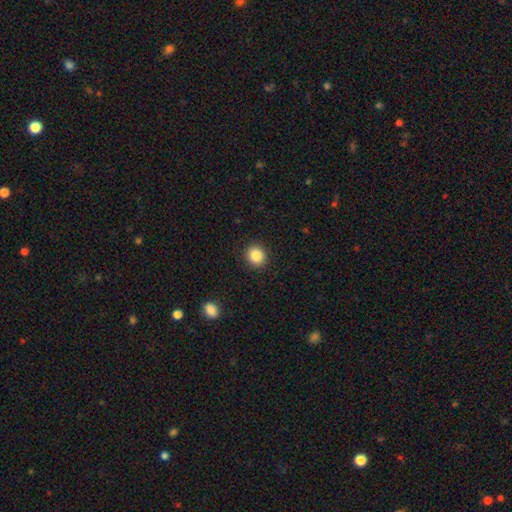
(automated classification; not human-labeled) Smooth or featured? Predicted: smooth (p=0.86). How rounded? Predicted: round (p=0.86). Merging? Predicted: none (p=0.91).